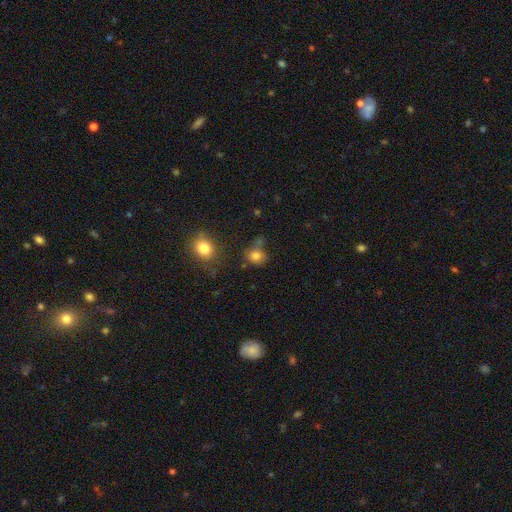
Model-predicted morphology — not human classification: Smooth or featured: smooth — 78% (star or artifact — 13%)
How rounded: round — 71% (in between — 28%)
Merging: none — 63% (minor disturbance — 18%)